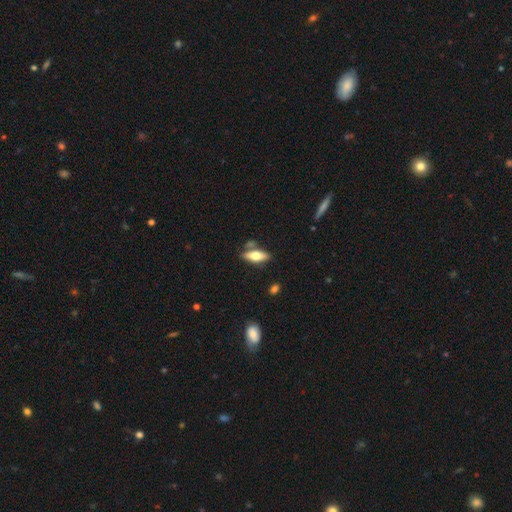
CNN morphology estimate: Smooth or featured?
  - smooth: 57% *
  - featured or disk: 37%
  - star or artifact: 7%
How rounded?
  - in between: 66% *
  - cigar-shaped: 31%
  - round: 3%
Merging?
  - none: 72% *
  - minor disturbance: 13%
  - merger: 11%
  - major disturbance: 4%